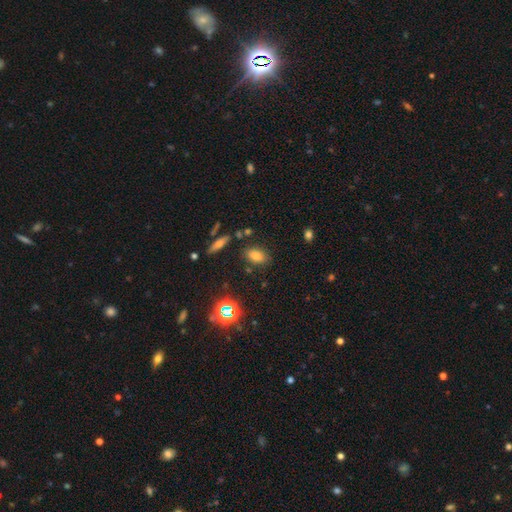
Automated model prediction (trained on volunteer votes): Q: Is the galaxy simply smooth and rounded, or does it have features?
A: smooth — 75%.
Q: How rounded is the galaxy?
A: in between — 84%.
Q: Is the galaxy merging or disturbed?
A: none — 80%.